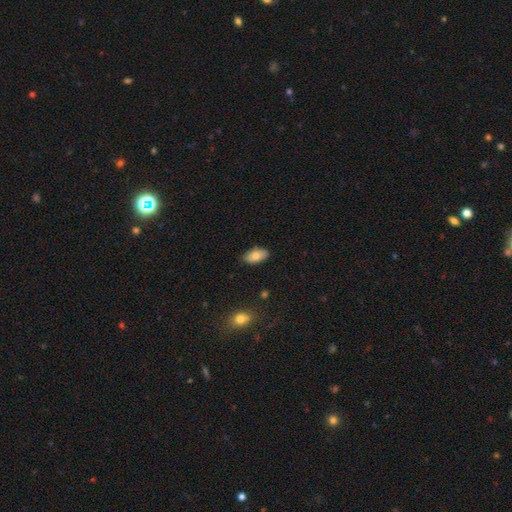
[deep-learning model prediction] A smooth galaxy with no disk features (76%) that is in between round and cigar-shaped (93%).

Vote fractions:
- Smooth or featured? smooth: 76% / featured or disk: 16% / star or artifact: 8%
- How rounded? in between: 93% / round: 5% / cigar-shaped: 2%
- Merging? none: 83% / minor disturbance: 13% / major disturbance: 2% / merger: 1%